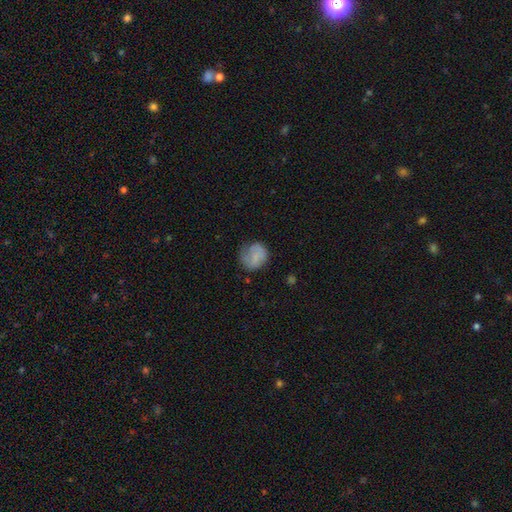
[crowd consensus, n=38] smooth_or_featured: smooth (p=0.63) [alt: featured or disk p=0.32]
how_rounded: round (p=0.62) [alt: in between p=0.38]
merging: minor disturbance (p=0.39) [alt: none p=0.36]